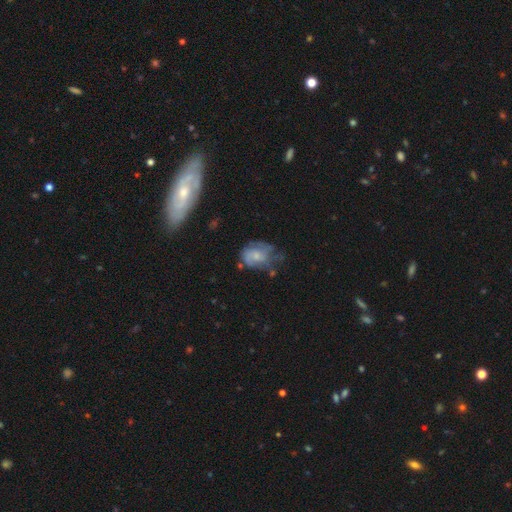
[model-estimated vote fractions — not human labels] smooth-or-featured: featured or disk: 50% | smooth: 41% | star or artifact: 9%
  disk-edge-on: no: 97% | yes: 3%
  merging: none: 40% | minor disturbance: 31% | major disturbance: 23% | merger: 5%